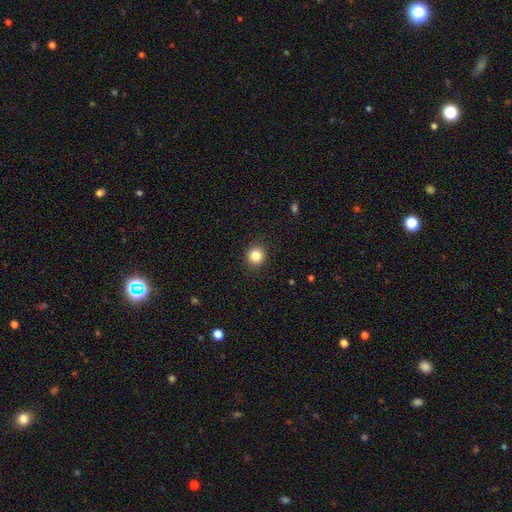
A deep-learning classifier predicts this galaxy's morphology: The model was most divided on "smooth or featured": smooth: 84%, star or artifact: 11%, featured or disk: 5%. More confident: how rounded — round (91%); merging — none (91%).